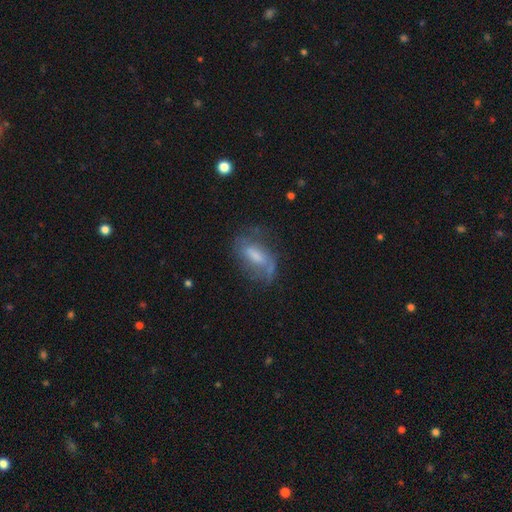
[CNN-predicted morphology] The model was most divided on "smooth or featured": featured or disk: 53%, smooth: 37%, star or artifact: 10%. More confident: edge-on disk — no (89%); merging — none (54%).